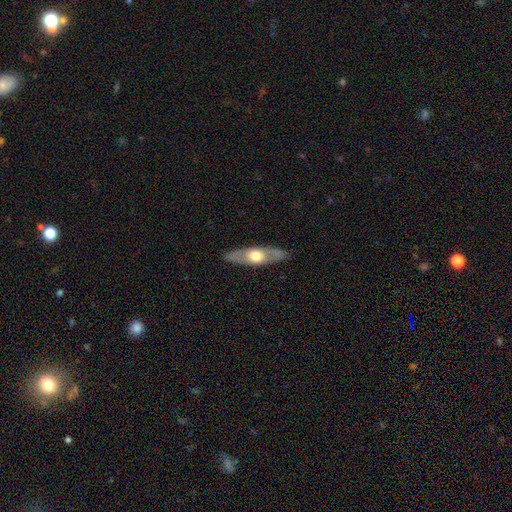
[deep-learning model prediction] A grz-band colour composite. It shows a featured or disk galaxy (58%) viewed edge-on (59%). Merging: none (87%).